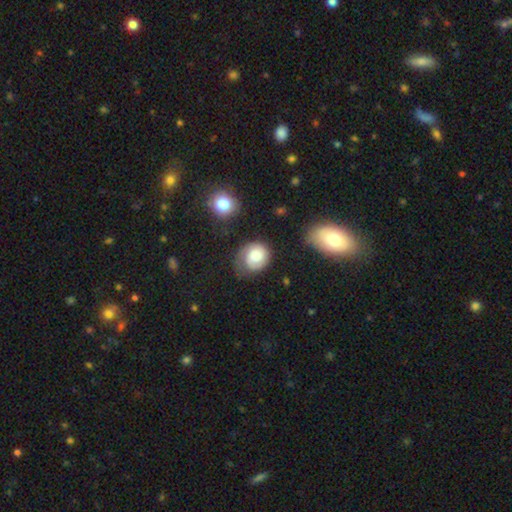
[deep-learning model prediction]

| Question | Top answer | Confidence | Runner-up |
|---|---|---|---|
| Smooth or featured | smooth | 52% | featured or disk (40%) |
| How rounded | round | 65% | in between (34%) |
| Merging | none | 54% | minor disturbance (27%) |